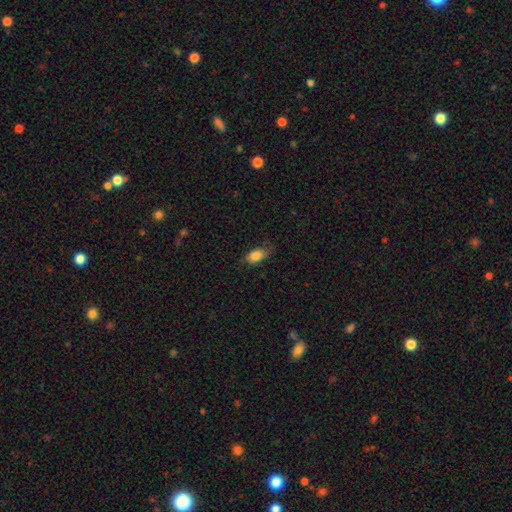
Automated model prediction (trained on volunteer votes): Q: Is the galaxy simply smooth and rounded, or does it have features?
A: smooth — 83%.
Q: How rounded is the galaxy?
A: in between — 88%.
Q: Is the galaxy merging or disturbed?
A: none — 66%.